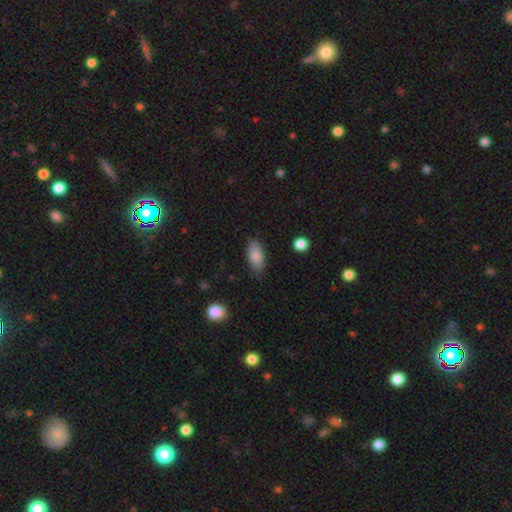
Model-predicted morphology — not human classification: This is clearly a smooth galaxy (84%). How rounded: clearly in between (89%). Merging: likely none (80%).